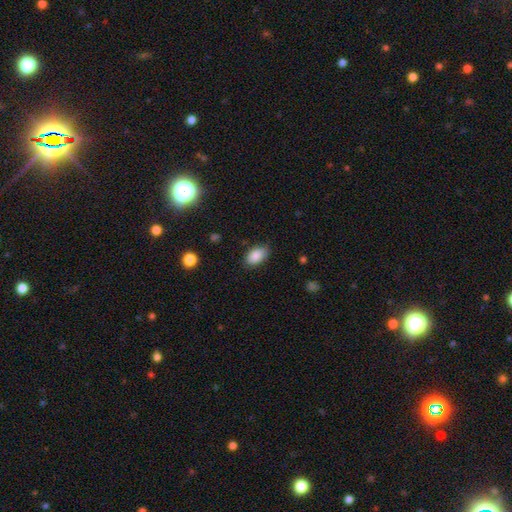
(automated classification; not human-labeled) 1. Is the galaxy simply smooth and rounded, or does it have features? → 88% smooth, 8% star or artifact, 5% featured or disk.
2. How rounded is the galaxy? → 91% in between, 7% round, 2% cigar-shaped.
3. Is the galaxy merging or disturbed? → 82% none, 14% minor disturbance, 3% major disturbance, 1% merger.